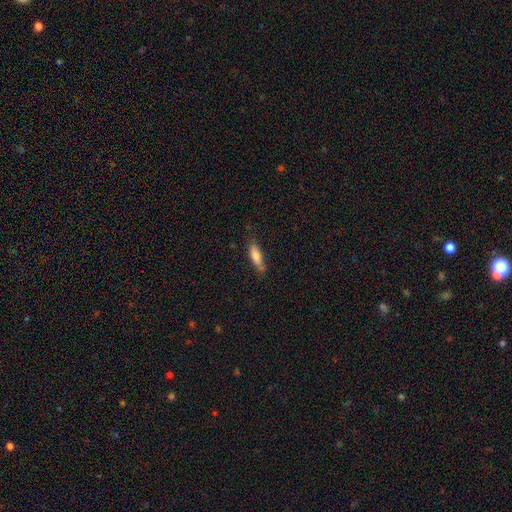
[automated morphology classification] smooth_or_featured: smooth (p=0.79) [alt: featured or disk p=0.15]
how_rounded: in between (p=0.51) [alt: cigar-shaped p=0.47]
merging: none (p=0.66) [alt: minor disturbance p=0.25]